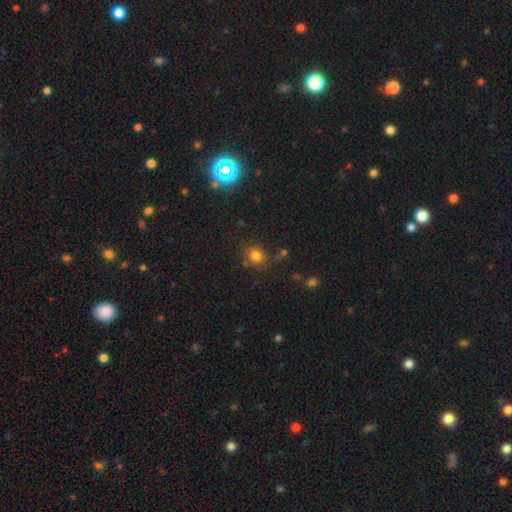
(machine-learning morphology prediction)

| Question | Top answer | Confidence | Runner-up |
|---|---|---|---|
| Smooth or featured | smooth | 77% | star or artifact (16%) |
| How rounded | round | 69% | in between (30%) |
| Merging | none | 72% | minor disturbance (14%) |